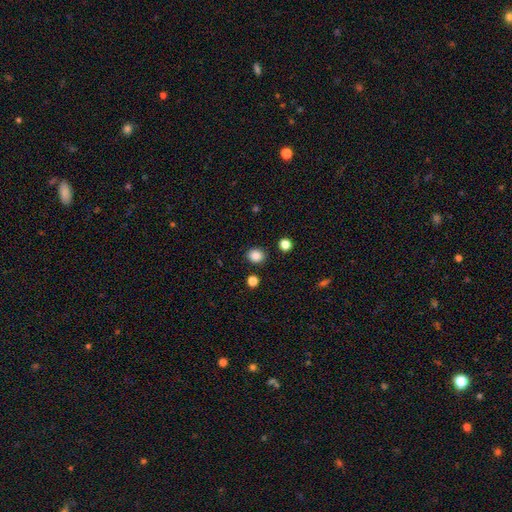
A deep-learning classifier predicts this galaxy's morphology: Smooth or featured?
  - smooth: 86% *
  - star or artifact: 11%
  - featured or disk: 4%
How rounded?
  - round: 76% *
  - in between: 23%
  - cigar-shaped: 1%
Merging?
  - none: 88% *
  - minor disturbance: 7%
  - merger: 3%
  - major disturbance: 2%